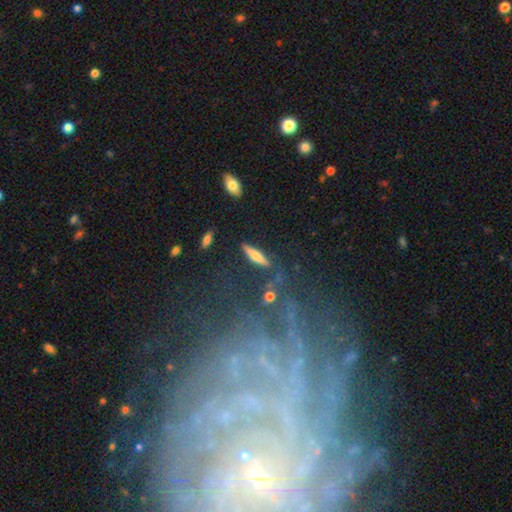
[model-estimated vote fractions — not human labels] This appears to be a smooth galaxy with no disk features (59%) that is cigar-shaped (82%). Merging: none (83%).